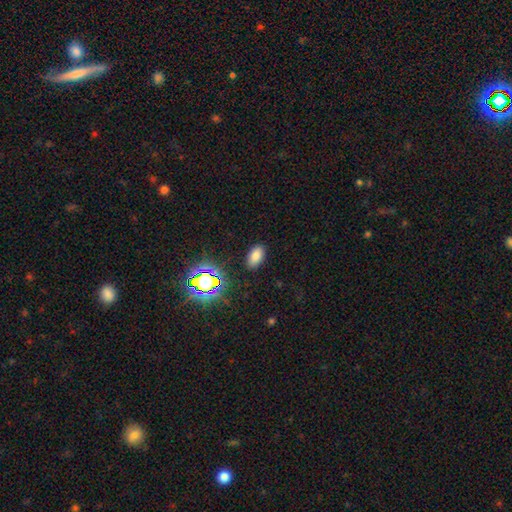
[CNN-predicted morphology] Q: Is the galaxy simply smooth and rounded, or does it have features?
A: smooth — 75%.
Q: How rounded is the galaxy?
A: in between — 91%.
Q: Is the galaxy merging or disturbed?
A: none — 87%.